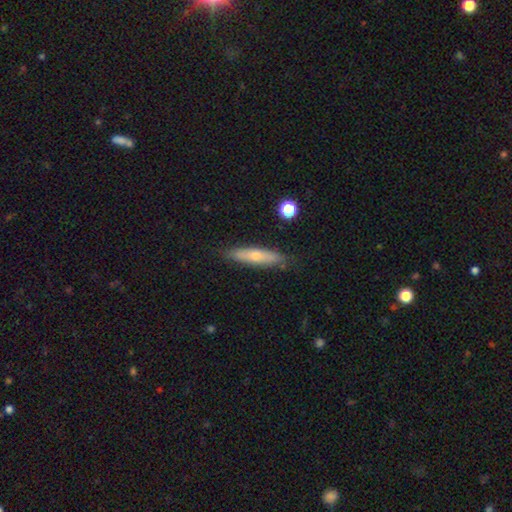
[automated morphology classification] This is possibly a smooth galaxy (57%). How rounded: likely cigar-shaped (79%). Merging: clearly none (83%).